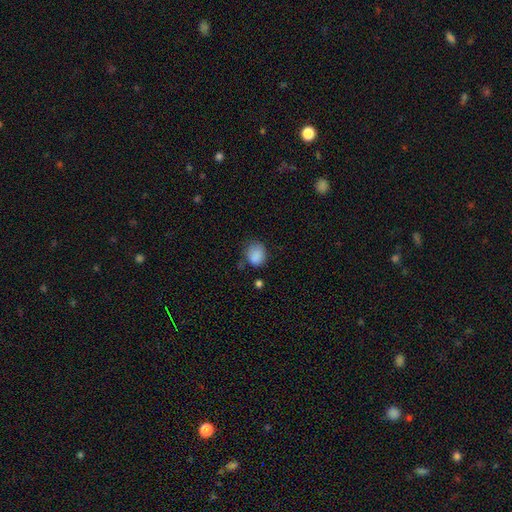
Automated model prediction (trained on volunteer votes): Smooth or featured: smooth — 86% (star or artifact — 9%)
How rounded: round — 57% (in between — 42%)
Merging: none — 61% (minor disturbance — 28%)